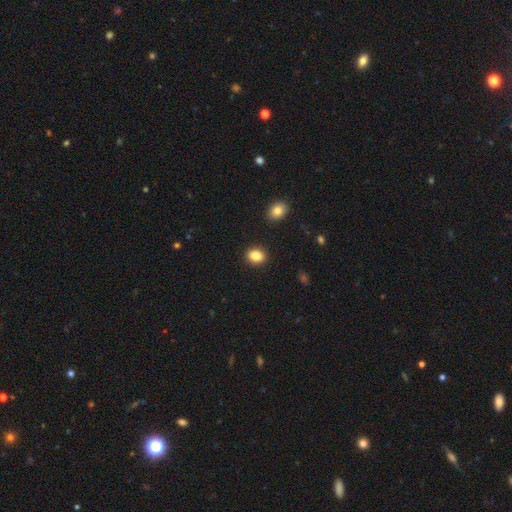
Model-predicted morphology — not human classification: Smooth or featured?
  - smooth: 86% *
  - star or artifact: 9%
  - featured or disk: 5%
How rounded?
  - in between: 51% *
  - round: 48%
  - cigar-shaped: 1%
Merging?
  - none: 90% *
  - minor disturbance: 6%
  - major disturbance: 2%
  - merger: 2%